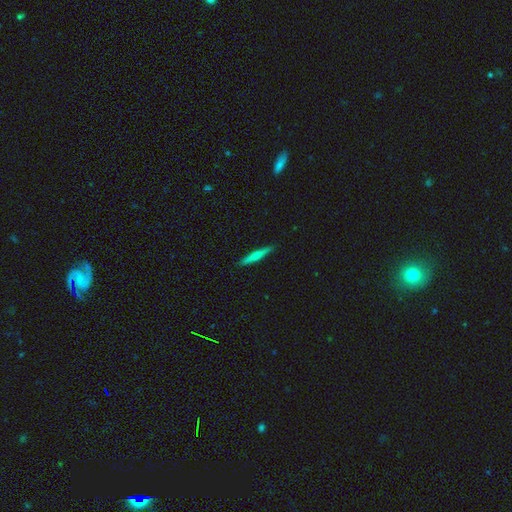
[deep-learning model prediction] Smooth or featured?
  - smooth: 67% *
  - featured or disk: 27%
  - star or artifact: 6%
How rounded?
  - cigar-shaped: 95% *
  - in between: 4%
  - round: 1%
Merging?
  - none: 91% *
  - minor disturbance: 6%
  - major disturbance: 1%
  - merger: 1%